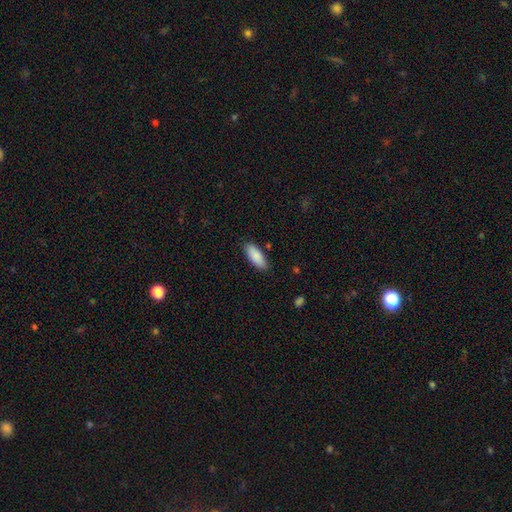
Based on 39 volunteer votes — Smooth or featured?
  - smooth: 90% *
  - star or artifact: 10%
  - featured or disk: 0%
How rounded?
  - in between: 80% *
  - cigar-shaped: 20%
  - round: 0%
Merging?
  - none: 80% *
  - minor disturbance: 11%
  - major disturbance: 6%
  - merger: 3%